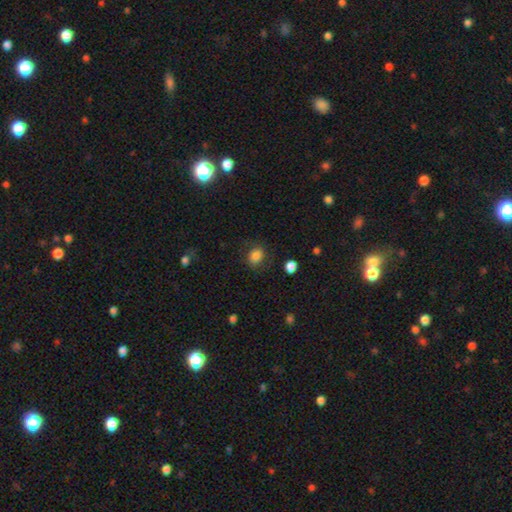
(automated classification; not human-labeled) smooth_or_featured: smooth (p=0.83) [alt: star or artifact p=0.10]
how_rounded: round (p=0.57) [alt: in between p=0.42]
merging: none (p=0.78) [alt: minor disturbance p=0.14]